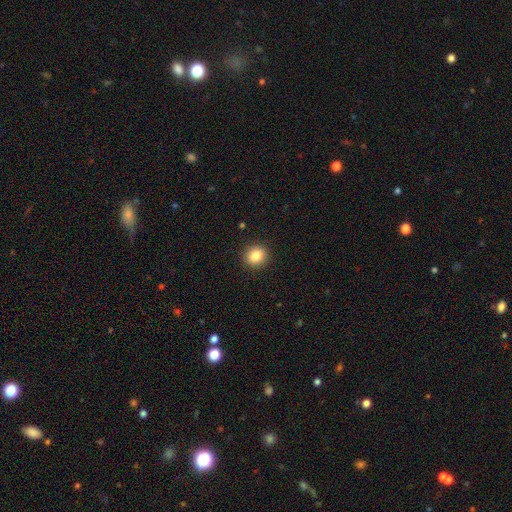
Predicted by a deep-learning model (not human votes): Smooth or featured? smooth (85%)
How rounded? round (83%)
Merging? none (91%)